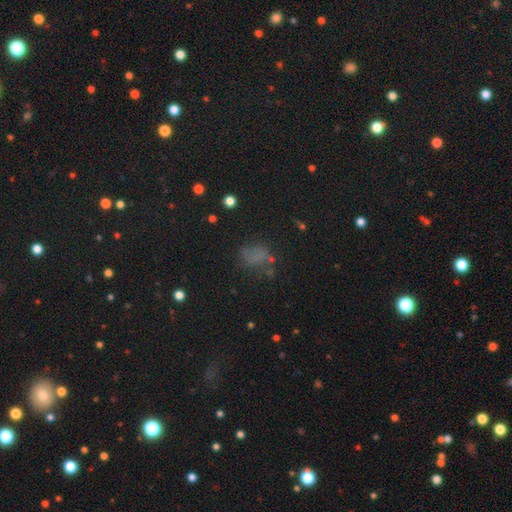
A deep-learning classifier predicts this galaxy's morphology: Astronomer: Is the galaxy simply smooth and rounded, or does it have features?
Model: smooth — 56%.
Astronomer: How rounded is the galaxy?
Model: in between — 62%.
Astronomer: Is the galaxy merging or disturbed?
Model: none — 53%.